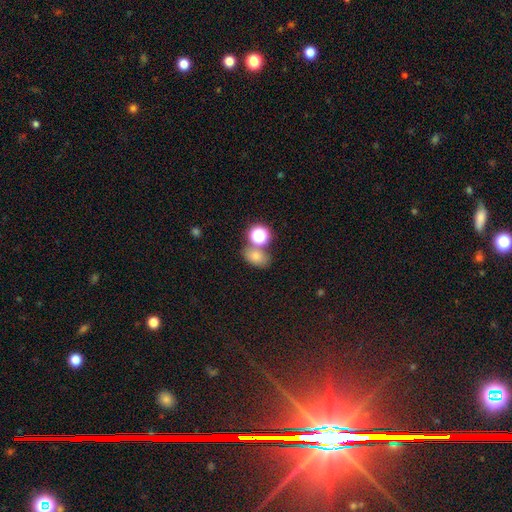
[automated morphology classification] Overall: smooth (67%). How rounded: in between (59%; round 39%). Merging: none (58%; merger 25%).